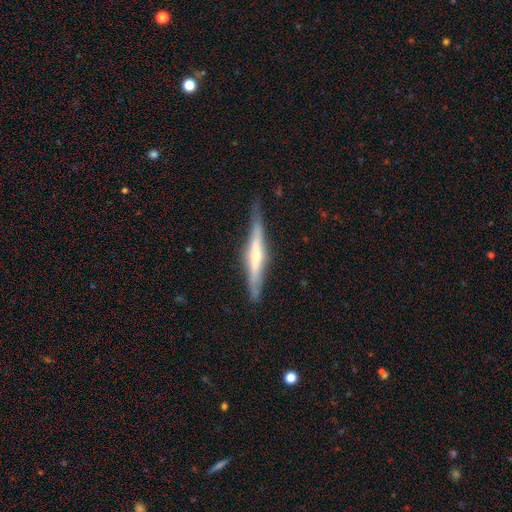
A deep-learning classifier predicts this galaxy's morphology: This appears to be a featured or disk galaxy (67%) viewed edge-on (96%) with a rounded central bulge (62%). Merging: none (84%).